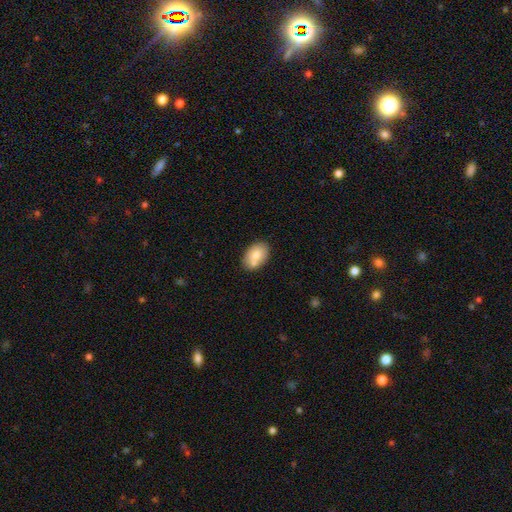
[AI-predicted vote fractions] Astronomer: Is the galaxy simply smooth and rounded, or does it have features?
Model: smooth — 75%.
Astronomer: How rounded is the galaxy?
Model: in between — 88%.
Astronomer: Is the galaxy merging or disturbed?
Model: none — 65%.